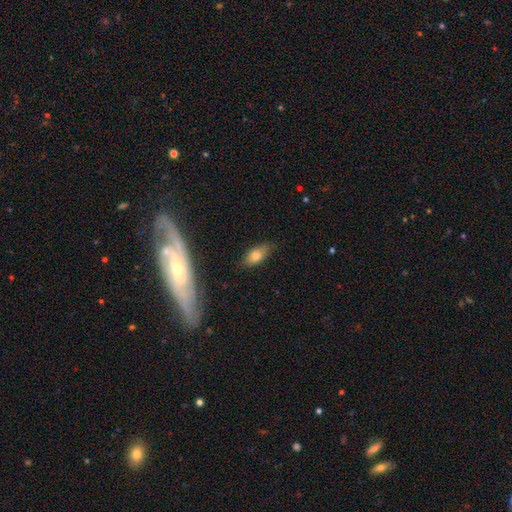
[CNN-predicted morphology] smooth 77%, featured or disk 14%, star or artifact 9%. Down the decision tree: how rounded — in between (86%); merging — none (80%).